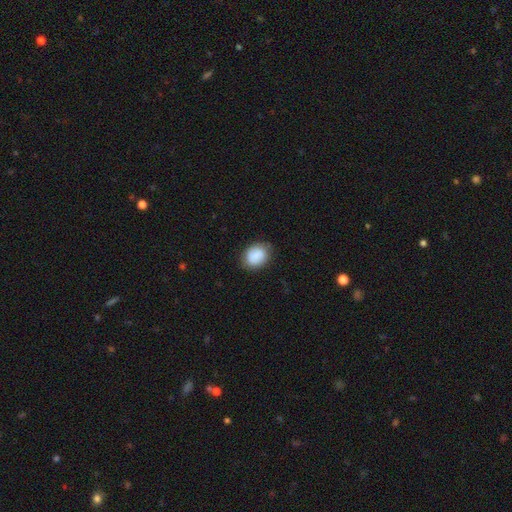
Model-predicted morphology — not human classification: smooth 87%, star or artifact 7%, featured or disk 6%. Down the decision tree: how rounded — in between (55%); merging — none (76%).